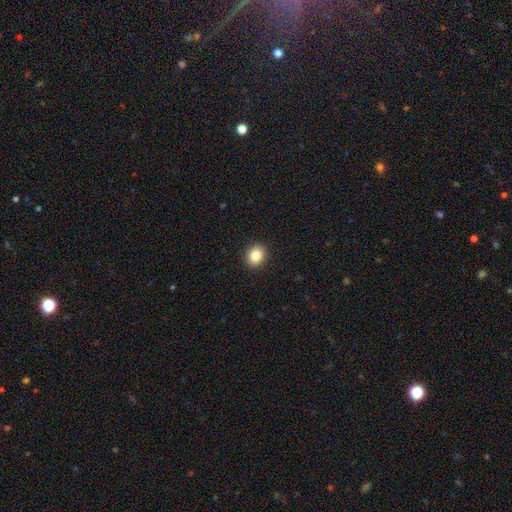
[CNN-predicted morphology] Overall: smooth (84%). How rounded: round (71%). Merging: none (92%).